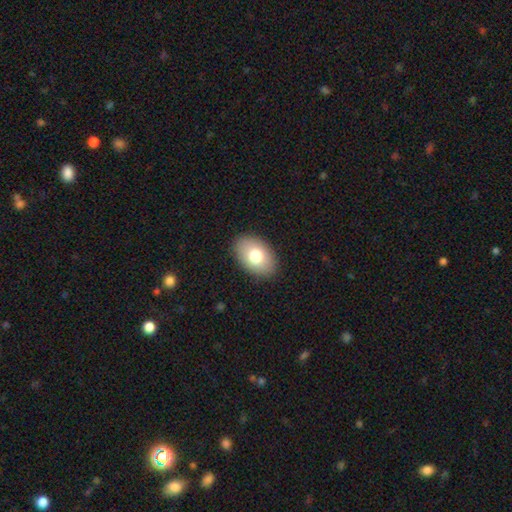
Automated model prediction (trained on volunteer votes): smooth 76%, featured or disk 16%, star or artifact 8%. Down the decision tree: how rounded — in between (88%); merging — none (88%).